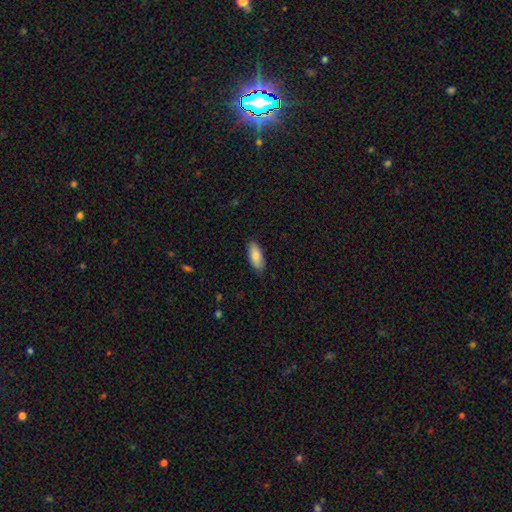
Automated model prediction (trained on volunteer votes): smooth_or_featured: smooth (p=0.86) [alt: featured or disk p=0.08]
how_rounded: in between (p=0.83) [alt: cigar-shaped p=0.15]
merging: none (p=0.86) [alt: minor disturbance p=0.11]